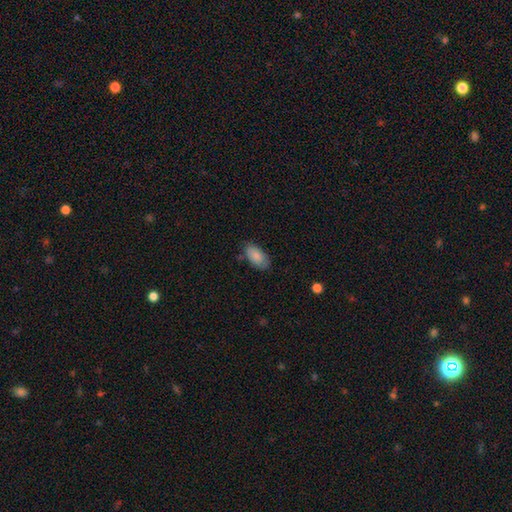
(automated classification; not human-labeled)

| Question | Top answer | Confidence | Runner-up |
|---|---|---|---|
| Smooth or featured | smooth | 86% | featured or disk (7%) |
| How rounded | in between | 93% | cigar-shaped (4%) |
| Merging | none | 75% | minor disturbance (19%) |